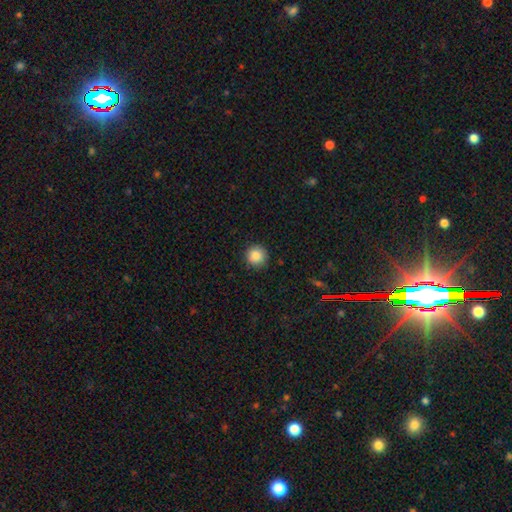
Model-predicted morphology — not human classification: The model was most divided on "smooth or featured": smooth: 87%, star or artifact: 9%, featured or disk: 3%. More confident: how rounded — round (95%); merging — none (90%).